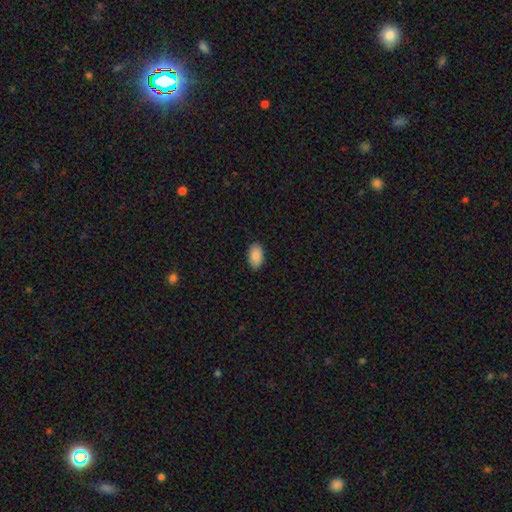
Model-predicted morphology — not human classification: type=smooth (89%); roundness=in between (93%); merging=none (89%).